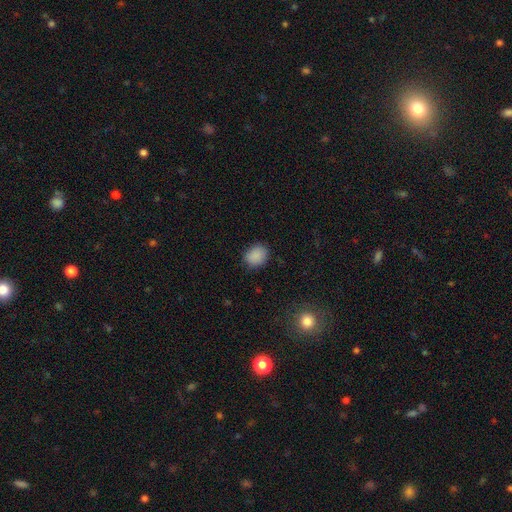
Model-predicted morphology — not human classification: This is clearly a smooth galaxy (87%). How rounded: possibly round (53%). Merging: clearly none (82%).